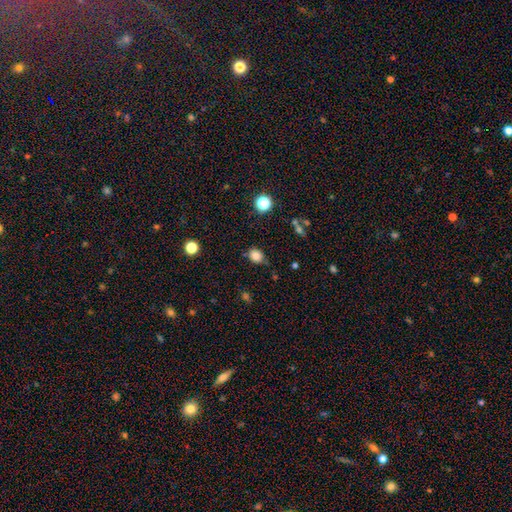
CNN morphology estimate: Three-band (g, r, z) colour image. It shows a smooth galaxy with no disk features (83%) that is round (58%). Merging: none (72%).